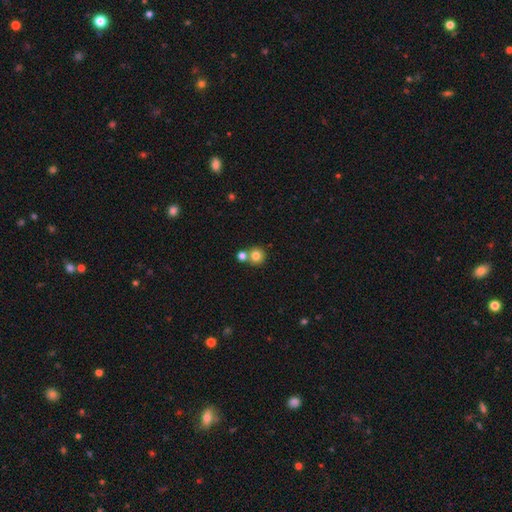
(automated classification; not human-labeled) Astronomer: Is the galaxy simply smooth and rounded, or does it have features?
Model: smooth — 80%.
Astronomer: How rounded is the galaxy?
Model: round — 91%.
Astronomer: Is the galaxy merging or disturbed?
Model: none — 60%.